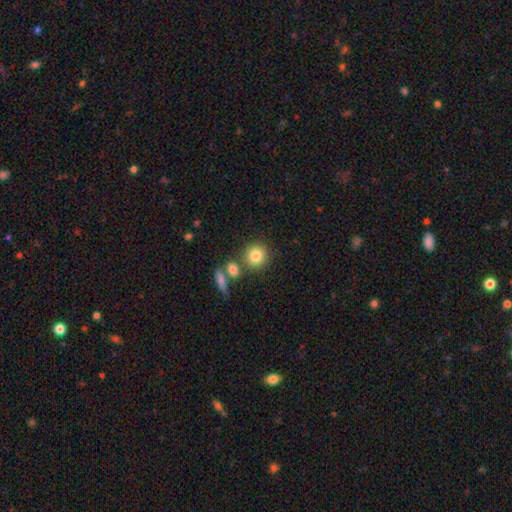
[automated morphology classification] Smooth or featured?
  - smooth: 83% *
  - star or artifact: 9%
  - featured or disk: 8%
How rounded?
  - round: 85% *
  - in between: 14%
  - cigar-shaped: 1%
Merging?
  - none: 69% *
  - merger: 17%
  - minor disturbance: 10%
  - major disturbance: 4%